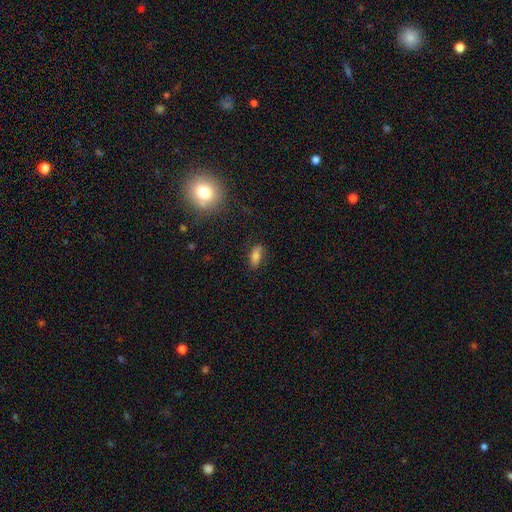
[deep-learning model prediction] Morphology: type=smooth (75%); roundness=in between (83%); merging=none (76%).